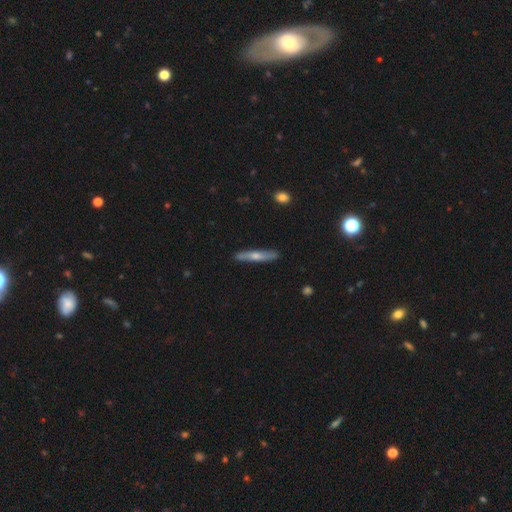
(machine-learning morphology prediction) Smooth or featured?
  - featured or disk: 50% *
  - smooth: 43%
  - star or artifact: 7%
Edge-on disk?
  - yes: 87% *
  - no: 13%
Merging?
  - none: 87% *
  - minor disturbance: 10%
  - major disturbance: 2%
  - merger: 1%